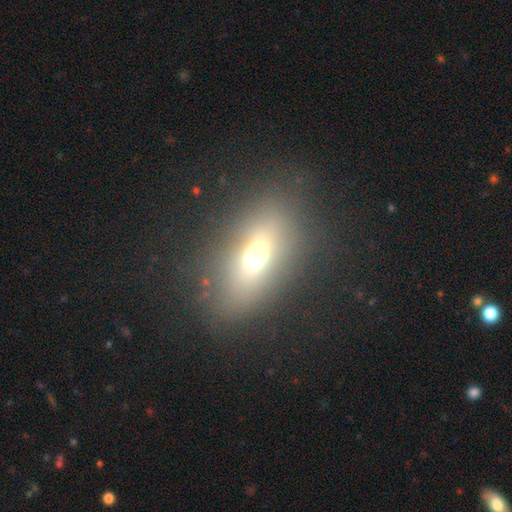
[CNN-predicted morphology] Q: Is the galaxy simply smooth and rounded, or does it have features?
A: smooth — 61%.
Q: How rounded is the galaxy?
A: in between — 74%.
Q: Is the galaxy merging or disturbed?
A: none — 79%.